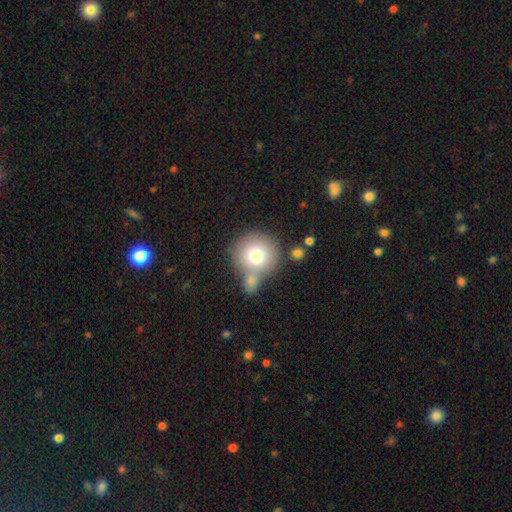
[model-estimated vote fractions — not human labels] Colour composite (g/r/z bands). It shows a smooth galaxy with no disk features (74%) that is round (92%). Merging: none (58%).